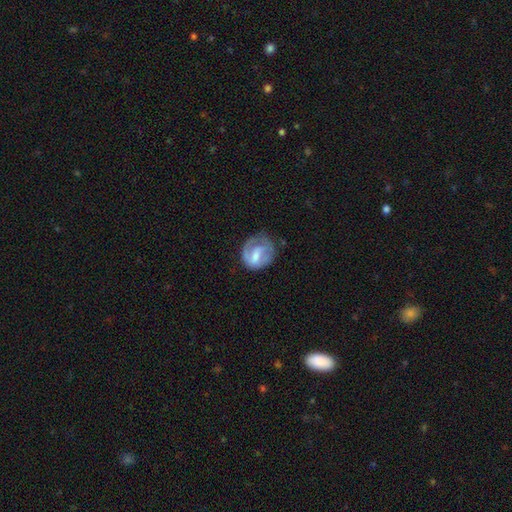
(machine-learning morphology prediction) A featured or disk galaxy (56%) with a weak bar (48%), spiral arms (67%) and a moderate central bulge (43%).

Vote fractions:
- Smooth or featured? featured or disk: 56% / smooth: 38% / star or artifact: 6%
- Edge-on disk? no: 97% / yes: 3%
- Bar? weak: 48% / strong: 27% / no: 25%
- Spiral arms? yes: 67% / no: 33%
- Bulge size? moderate: 43% / small: 32% / none: 15% / large: 9% / dominant: 1%
- Merging? none: 53% / minor disturbance: 26% / major disturbance: 19% / merger: 2%